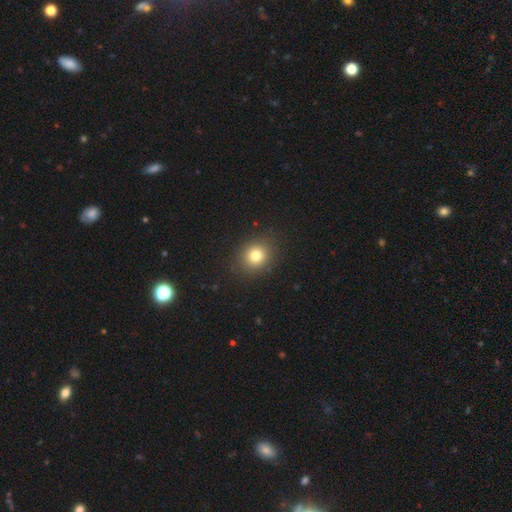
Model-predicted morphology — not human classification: smooth-or-featured: smooth: 79% | star or artifact: 13% | featured or disk: 8%
  how-rounded: round: 79% | in between: 21% | cigar-shaped: 1%
  merging: none: 89% | minor disturbance: 7% | major disturbance: 3% | merger: 1%